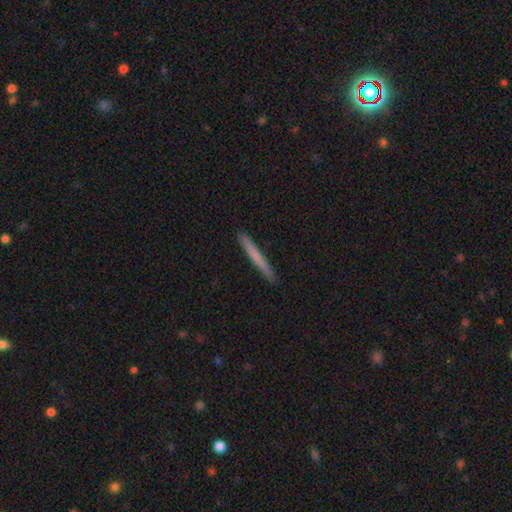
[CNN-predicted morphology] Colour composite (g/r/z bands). It shows a smooth galaxy with no disk features (65%) that is cigar-shaped (97%). Merging: none (91%).